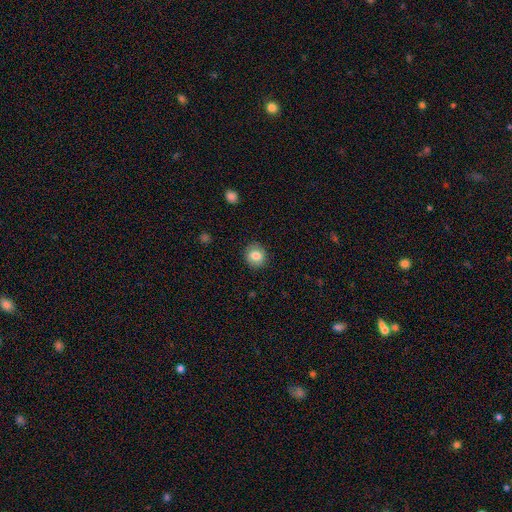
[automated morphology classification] Q: Smooth or featured?
A: smooth (81%); runner-up: featured or disk (10%)
Q: How rounded?
A: round (87%); runner-up: in between (12%)
Q: Merging?
A: none (89%); runner-up: minor disturbance (8%)